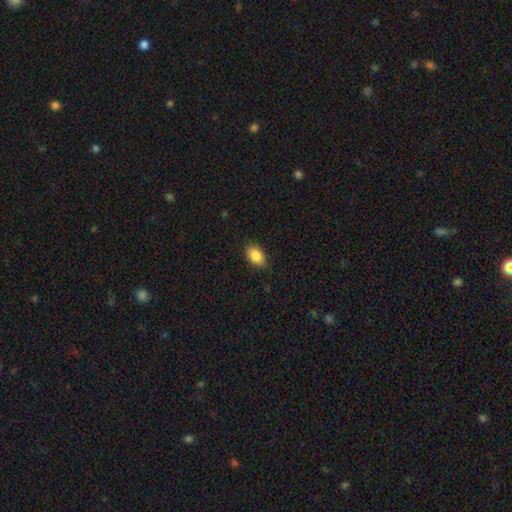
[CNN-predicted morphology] Q: Smooth or featured?
A: smooth (87%); runner-up: star or artifact (8%)
Q: How rounded?
A: in between (86%); runner-up: round (12%)
Q: Merging?
A: none (82%); runner-up: minor disturbance (15%)